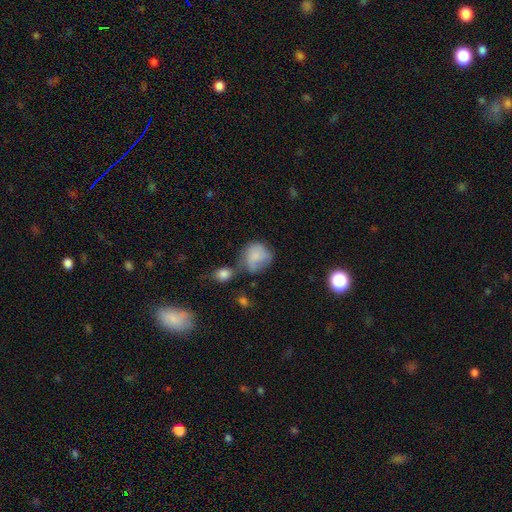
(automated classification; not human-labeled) smooth-or-featured: smooth: 75% | featured or disk: 16% | star or artifact: 9%
  how-rounded: round: 71% | in between: 28% | cigar-shaped: 1%
  merging: none: 32% | minor disturbance: 26% | merger: 23% | major disturbance: 18%